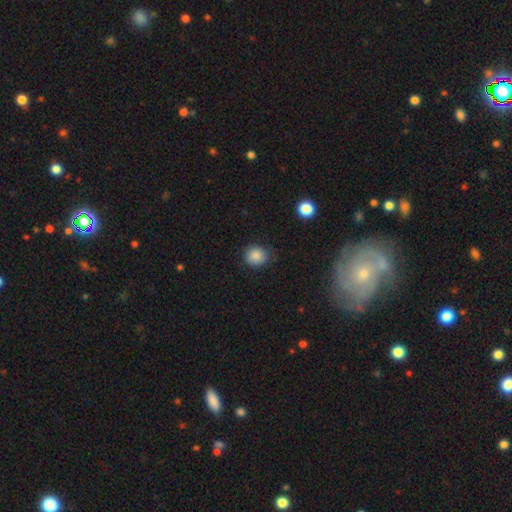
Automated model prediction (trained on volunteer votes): This appears to be a smooth galaxy with no disk features (86%) that is round (75%). Merging: none (77%).